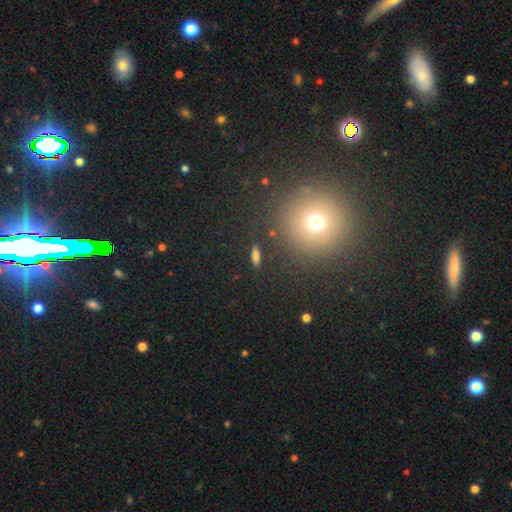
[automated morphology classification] The model was most divided on "how rounded": in between: 53%, cigar-shaped: 39%, round: 8%. More confident: merging — none (87%); smooth or featured — smooth (74%).